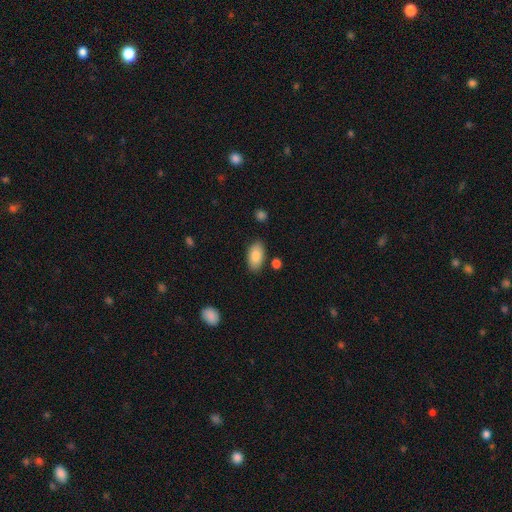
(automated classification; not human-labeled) Smooth or featured?
  - smooth: 86% *
  - featured or disk: 7%
  - star or artifact: 7%
How rounded?
  - in between: 94% *
  - round: 3%
  - cigar-shaped: 2%
Merging?
  - none: 83% *
  - minor disturbance: 11%
  - merger: 3%
  - major disturbance: 3%